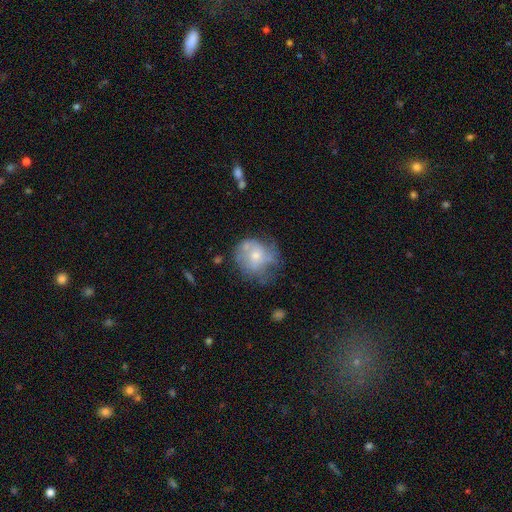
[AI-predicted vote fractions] Smooth or featured?
  - featured or disk: 47% *
  - smooth: 45%
  - star or artifact: 8%
Merging?
  - none: 42% *
  - minor disturbance: 29%
  - major disturbance: 25%
  - merger: 4%